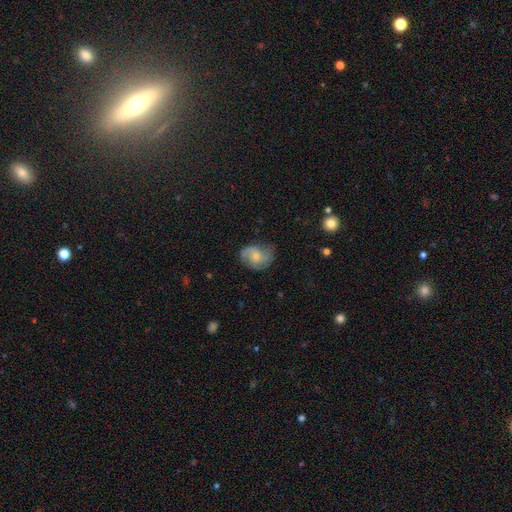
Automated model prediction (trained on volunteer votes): Overall: featured or disk (62%; smooth 31%). Edge-on disk: no (97%). Bar: no (69%). Spiral arms: yes (91%). Spiral arm count: 2 (67%). Spiral winding: medium (45%; loose 31%). Bulge size: small (55%; moderate 37%). Merging: none (64%; minor disturbance 25%).